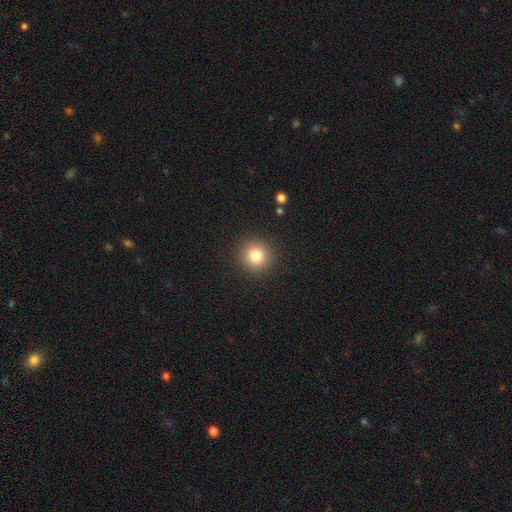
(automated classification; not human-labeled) Smooth or featured: smooth — 82% (star or artifact — 11%)
How rounded: round — 94% (in between — 5%)
Merging: none — 91% (minor disturbance — 6%)